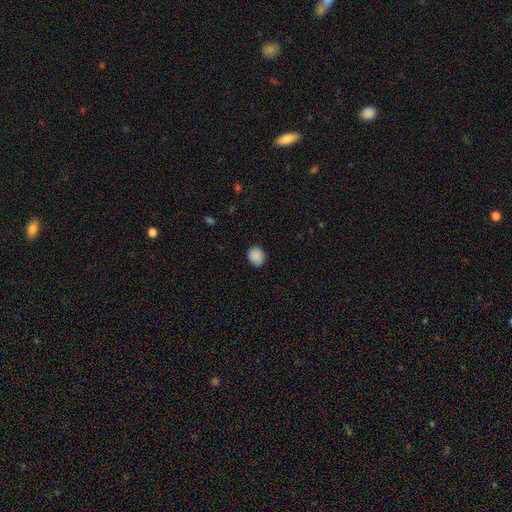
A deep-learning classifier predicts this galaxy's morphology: Overall: smooth (89%). How rounded: round (66%; in between 33%). Merging: none (86%).